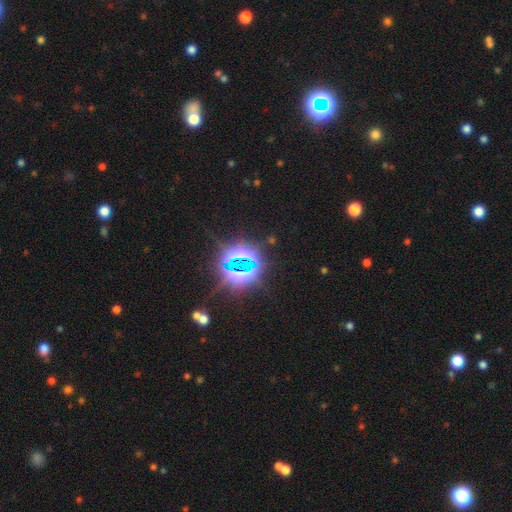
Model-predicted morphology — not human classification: Smooth or featured?
  - star or artifact: 81% *
  - smooth: 12%
  - featured or disk: 7%